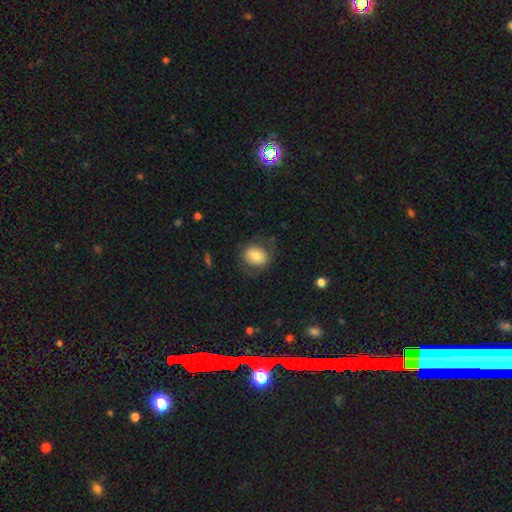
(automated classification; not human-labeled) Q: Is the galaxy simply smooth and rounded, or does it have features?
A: smooth — 76%.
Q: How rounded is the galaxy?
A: round — 54%.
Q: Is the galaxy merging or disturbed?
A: none — 71%.